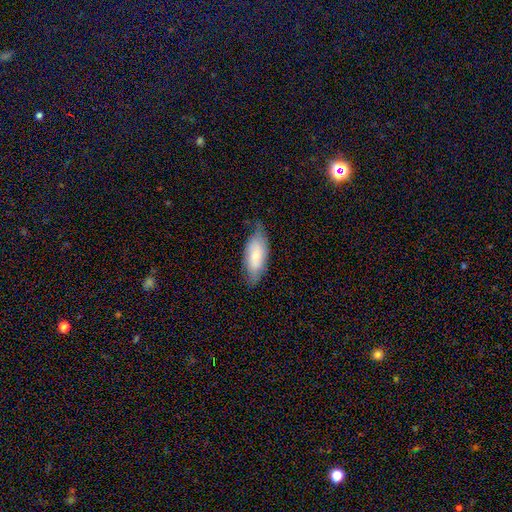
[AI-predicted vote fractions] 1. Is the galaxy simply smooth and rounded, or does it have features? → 68% smooth, 26% featured or disk, 6% star or artifact.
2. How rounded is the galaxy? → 81% in between, 17% cigar-shaped, 2% round.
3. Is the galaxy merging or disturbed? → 61% none, 31% minor disturbance, 7% major disturbance, 1% merger.